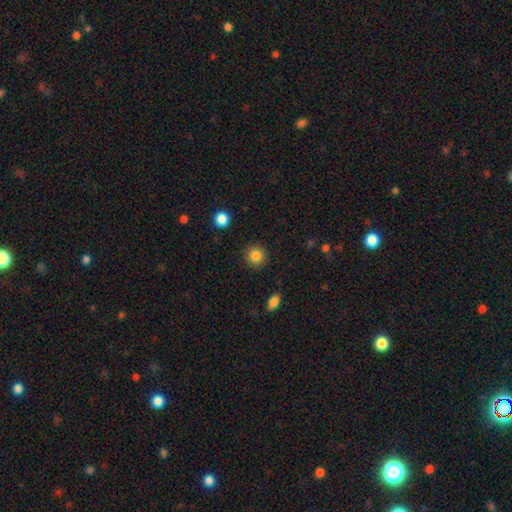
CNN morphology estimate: Smooth or featured? smooth (84%)
How rounded? round (92%)
Merging? none (91%)